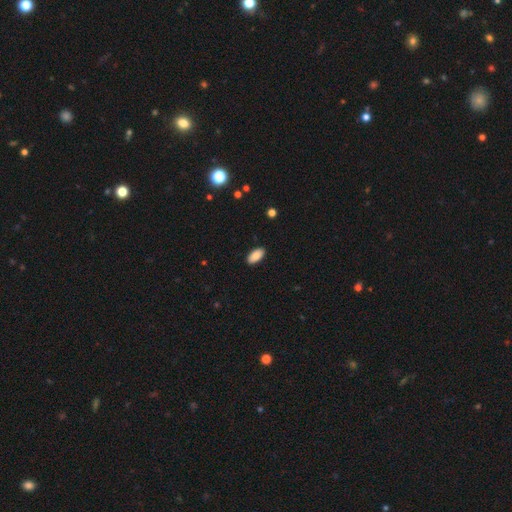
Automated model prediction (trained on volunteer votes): Overall: smooth (89%). How rounded: in between (94%). Merging: none (89%).